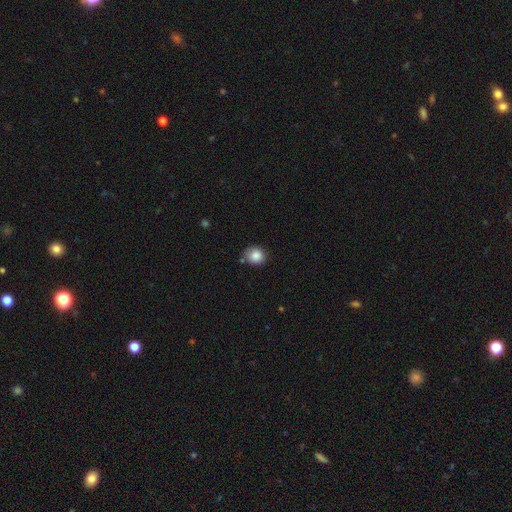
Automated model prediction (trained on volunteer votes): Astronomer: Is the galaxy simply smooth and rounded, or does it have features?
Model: smooth — 86%.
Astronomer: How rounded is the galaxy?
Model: round — 76%.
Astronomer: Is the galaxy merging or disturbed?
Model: none — 73%.